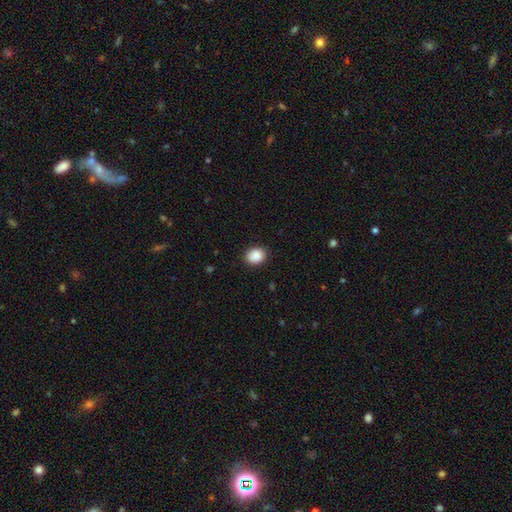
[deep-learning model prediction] smooth_or_featured: smooth (p=0.88) [alt: star or artifact p=0.08]
how_rounded: round (p=0.51) [alt: in between p=0.48]
merging: none (p=0.88) [alt: minor disturbance p=0.08]